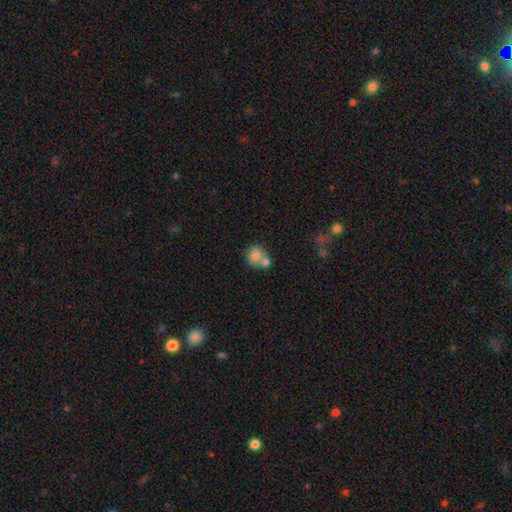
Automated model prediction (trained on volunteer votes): Morphology: type=smooth (75%); roundness=round (80%); merging=none (46%).